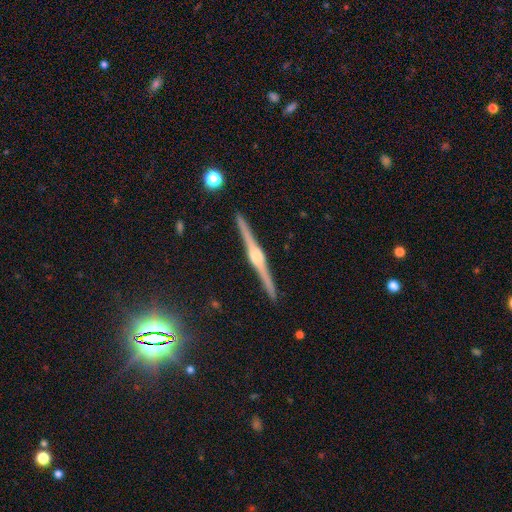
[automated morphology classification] Smooth or featured?
  - featured or disk: 88% *
  - smooth: 7%
  - star or artifact: 6%
Edge-on disk?
  - yes: 99% *
  - no: 1%
Edge-on bulge?
  - rounded: 84% *
  - boxy: 13%
  - none: 3%
Merging?
  - none: 93% *
  - minor disturbance: 5%
  - major disturbance: 1%
  - merger: 1%